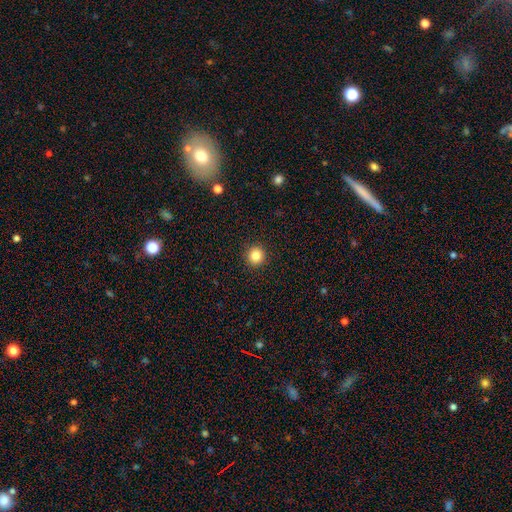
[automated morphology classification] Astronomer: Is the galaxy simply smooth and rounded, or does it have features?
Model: smooth — 85%.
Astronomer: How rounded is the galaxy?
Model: round — 94%.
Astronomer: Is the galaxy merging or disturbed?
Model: none — 93%.